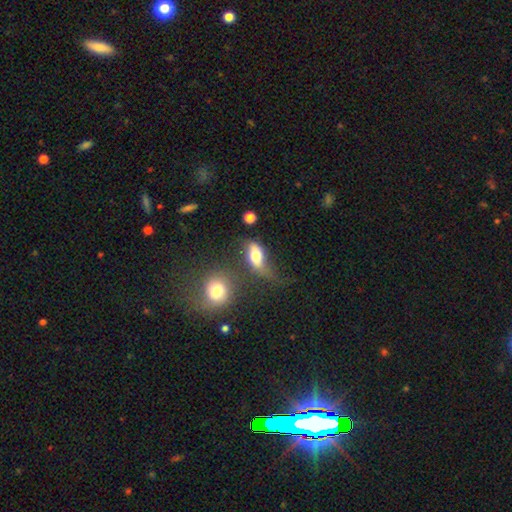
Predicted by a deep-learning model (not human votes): The model was most divided on "merging": major disturbance: 32%, none: 28%, minor disturbance: 25%, merger: 15%. More confident: how rounded — in between (81%); smooth or featured — smooth (67%).